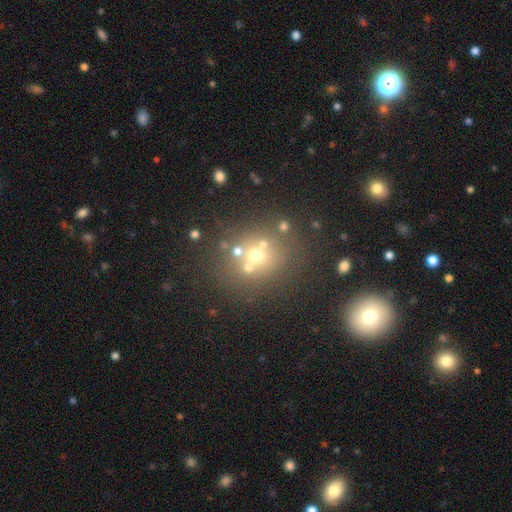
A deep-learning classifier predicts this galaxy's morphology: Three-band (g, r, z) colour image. It shows a smooth galaxy with no disk features (51%) that is round (80%). Merging: none (63%).